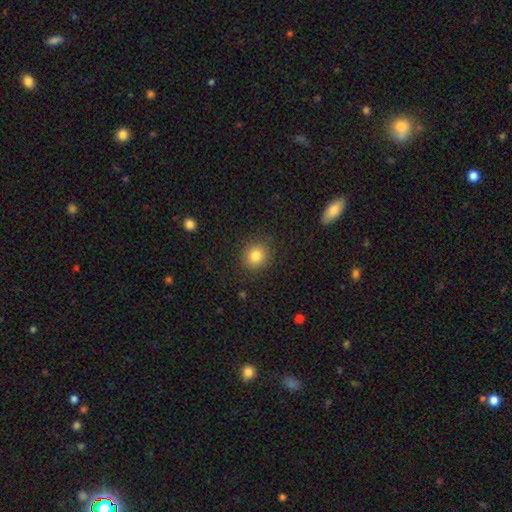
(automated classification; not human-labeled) This appears to be a smooth galaxy with no disk features (83%) that is round (81%). Merging: none (88%).